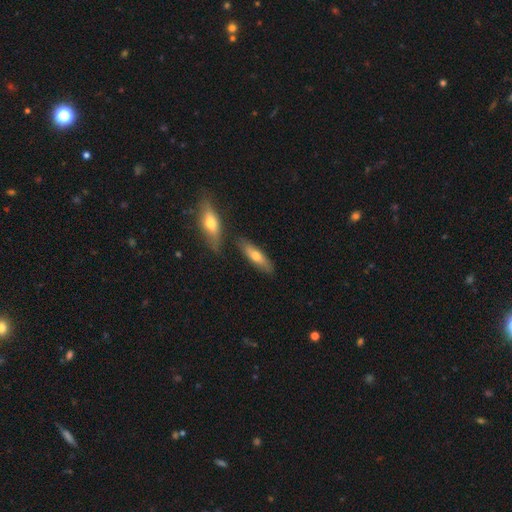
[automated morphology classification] Smooth or featured? Predicted: smooth (p=0.60). How rounded? Predicted: cigar-shaped (p=0.58). Merging? Predicted: none (p=0.76).